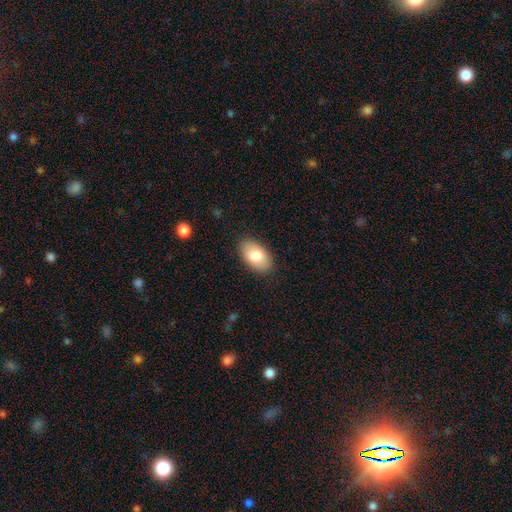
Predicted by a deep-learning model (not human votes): smooth_or_featured: smooth (p=0.80) [alt: featured or disk p=0.14]
how_rounded: in between (p=0.94) [alt: round p=0.05]
merging: none (p=0.87) [alt: minor disturbance p=0.10]